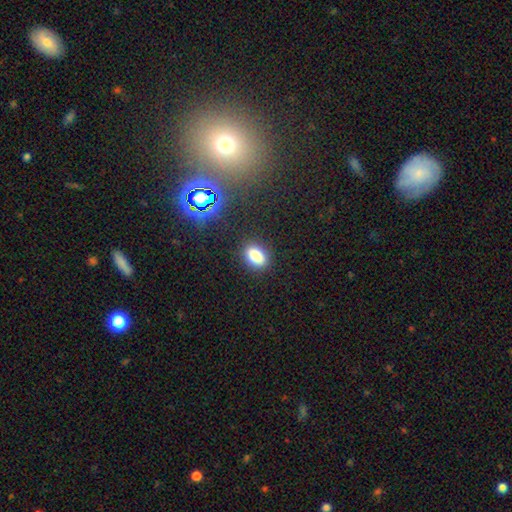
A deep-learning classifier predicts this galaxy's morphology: Smooth or featured?
  - smooth: 82% *
  - star or artifact: 12%
  - featured or disk: 6%
How rounded?
  - in between: 83% *
  - round: 14%
  - cigar-shaped: 3%
Merging?
  - none: 87% *
  - minor disturbance: 9%
  - major disturbance: 3%
  - merger: 1%